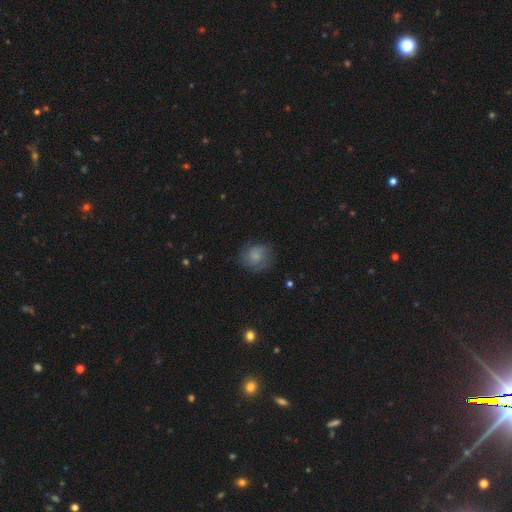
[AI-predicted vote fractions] Smooth or featured?
  - smooth: 52% *
  - featured or disk: 38%
  - star or artifact: 10%
How rounded?
  - round: 79% *
  - in between: 19%
  - cigar-shaped: 1%
Merging?
  - none: 74% *
  - minor disturbance: 17%
  - major disturbance: 7%
  - merger: 1%